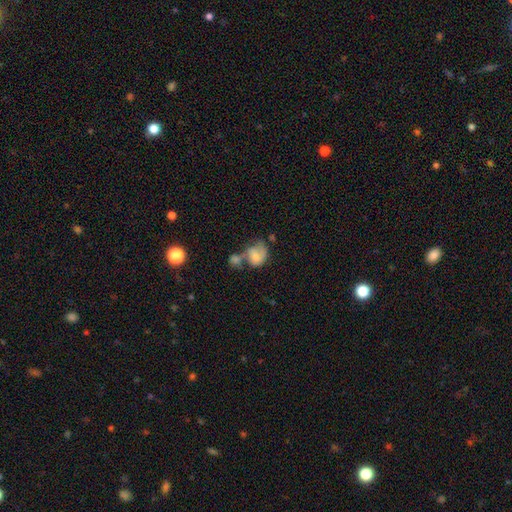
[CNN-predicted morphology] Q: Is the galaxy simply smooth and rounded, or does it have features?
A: smooth — 60%.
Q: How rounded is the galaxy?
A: in between — 53%.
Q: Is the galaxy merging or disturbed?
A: merger — 46%.